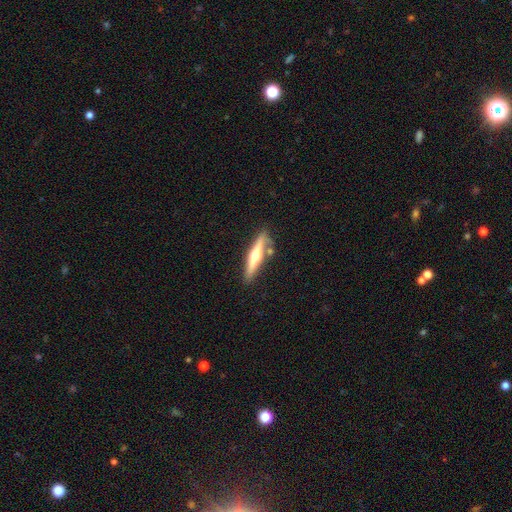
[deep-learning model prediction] This is possibly a featured or disk galaxy (59%). It is clearly viewed edge-on (95%). Edge-on bulge: clearly rounded (90%). Merging: likely none (76%).